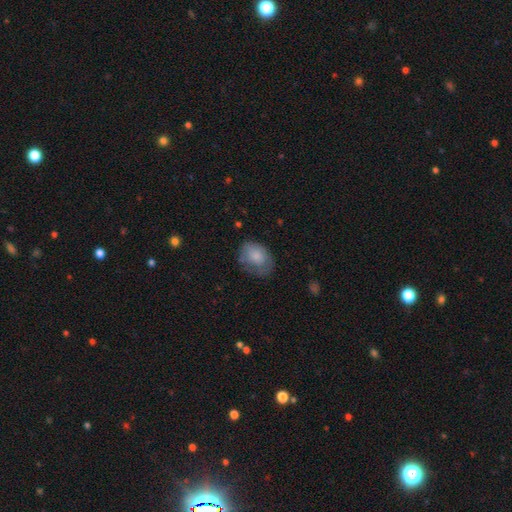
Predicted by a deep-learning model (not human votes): smooth_or_featured: smooth (p=0.73) [alt: featured or disk p=0.20]
how_rounded: in between (p=0.69) [alt: round p=0.30]
merging: none (p=0.50) [alt: minor disturbance p=0.31]